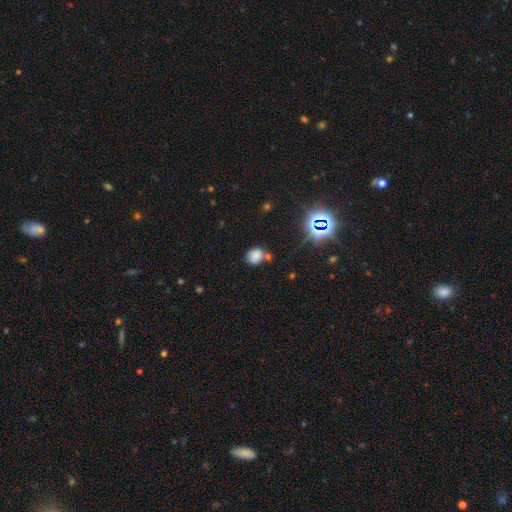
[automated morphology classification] smooth_or_featured: smooth (p=0.74) [alt: star or artifact p=0.17]
how_rounded: round (p=0.61) [alt: in between p=0.38]
merging: none (p=0.59) [alt: merger p=0.19]